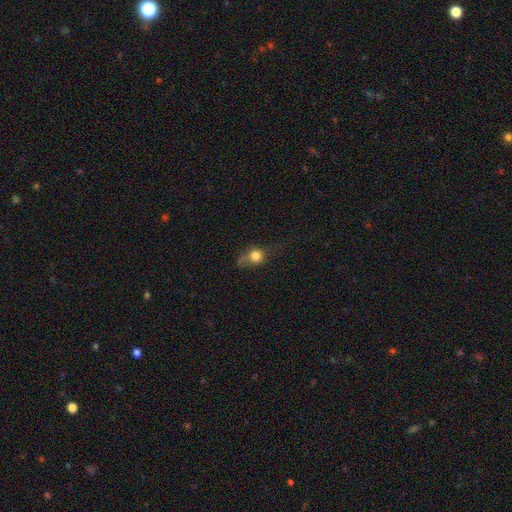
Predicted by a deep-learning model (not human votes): Smooth or featured? Predicted: smooth (p=0.70). How rounded? Predicted: round (p=0.64). Merging? Predicted: none (p=0.43).